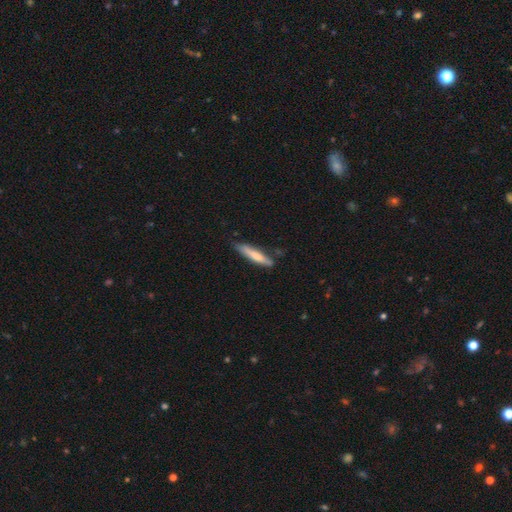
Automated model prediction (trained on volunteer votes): Smooth or featured: smooth — 71% (featured or disk — 24%)
How rounded: cigar-shaped — 88% (in between — 11%)
Merging: none — 71% (minor disturbance — 22%)